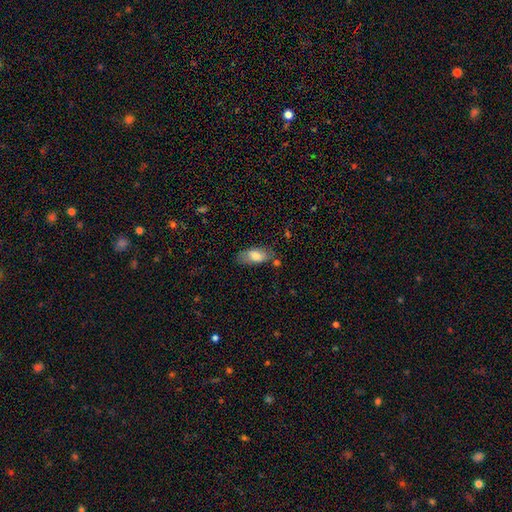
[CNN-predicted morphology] smooth_or_featured: smooth (p=0.77) [alt: featured or disk p=0.17]
how_rounded: in between (p=0.90) [alt: cigar-shaped p=0.07]
merging: none (p=0.65) [alt: minor disturbance p=0.23]